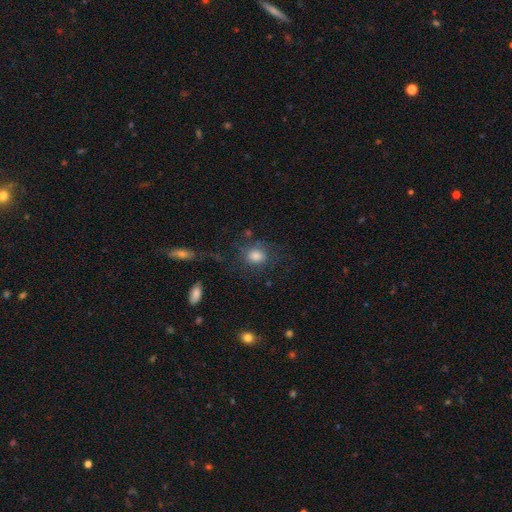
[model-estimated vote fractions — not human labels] This appears to be a smooth galaxy with no disk features (71%) that is round (67%). Merging: none (68%).